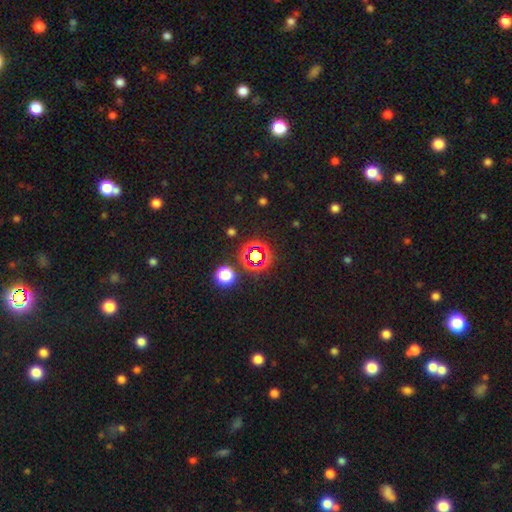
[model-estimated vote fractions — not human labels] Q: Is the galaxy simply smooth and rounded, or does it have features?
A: star or artifact — 66%.